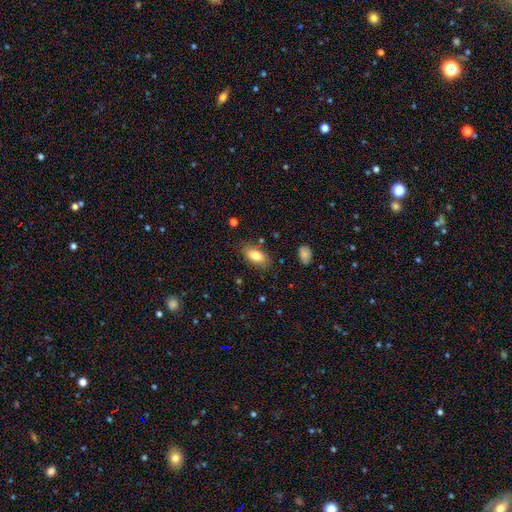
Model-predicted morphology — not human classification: A smooth galaxy with no disk features (80%) that is in between round and cigar-shaped (90%).

Vote fractions:
- Smooth or featured? smooth: 80% / featured or disk: 13% / star or artifact: 7%
- How rounded? in between: 90% / cigar-shaped: 7% / round: 4%
- Merging? none: 81% / minor disturbance: 13% / major disturbance: 3% / merger: 3%